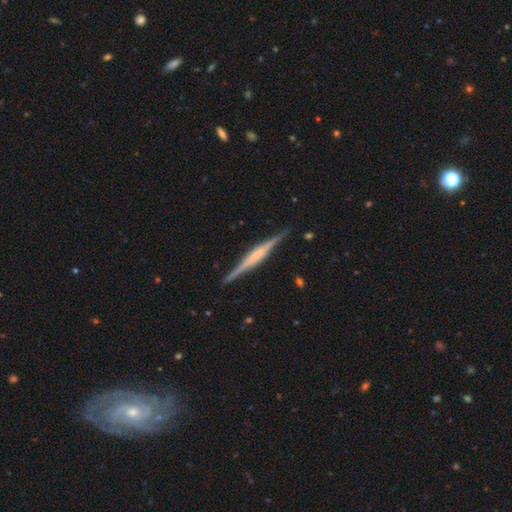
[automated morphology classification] smooth_or_featured: featured or disk (p=0.77) [alt: smooth p=0.18]
disk_edge_on: yes (p=0.98) [alt: no p=0.02]
edge_on_bulge: boxy (p=0.42) [alt: rounded p=0.35]
merging: none (p=0.90) [alt: minor disturbance p=0.07]